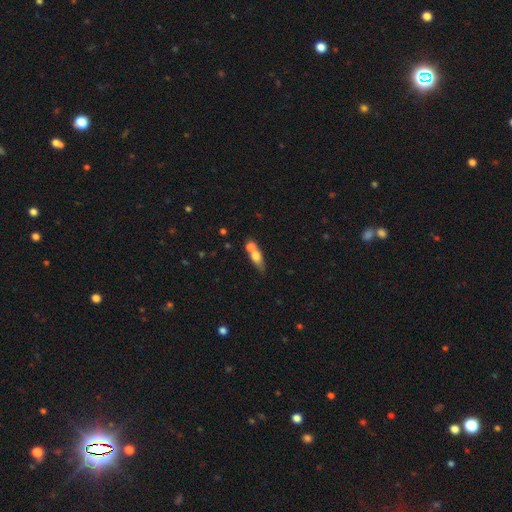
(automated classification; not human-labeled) The model was most divided on "merging": merger: 51%, none: 33%, minor disturbance: 11%, major disturbance: 6%. More confident: smooth or featured — smooth (67%); how rounded — in between (57%).